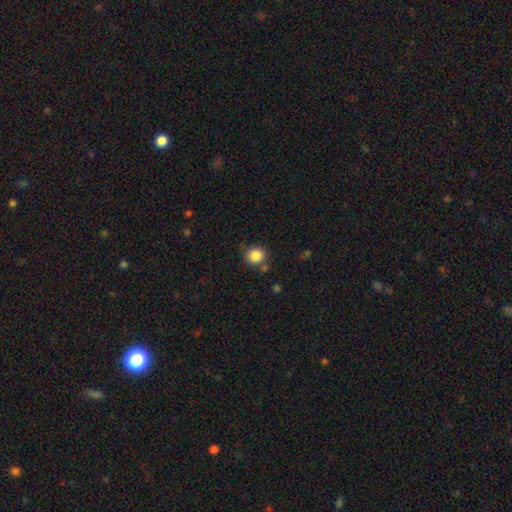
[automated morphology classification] A smooth galaxy with no disk features (86%) that is round (90%).

Vote fractions:
- Smooth or featured? smooth: 86% / star or artifact: 10% / featured or disk: 4%
- How rounded? round: 90% / in between: 9% / cigar-shaped: 1%
- Merging? none: 79% / minor disturbance: 11% / merger: 6% / major disturbance: 3%